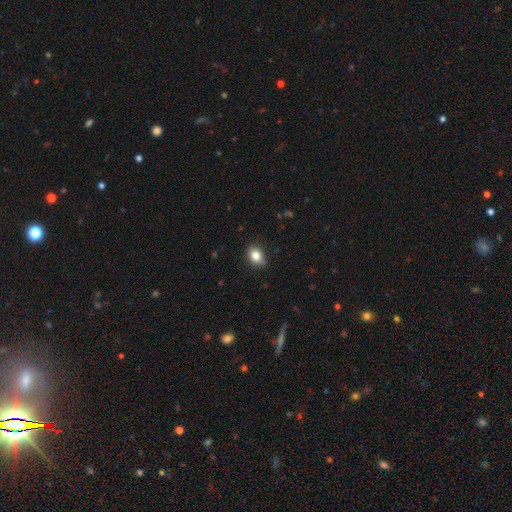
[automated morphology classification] This is clearly a smooth galaxy (83%). How rounded: likely in between (63%). Merging: clearly none (85%).